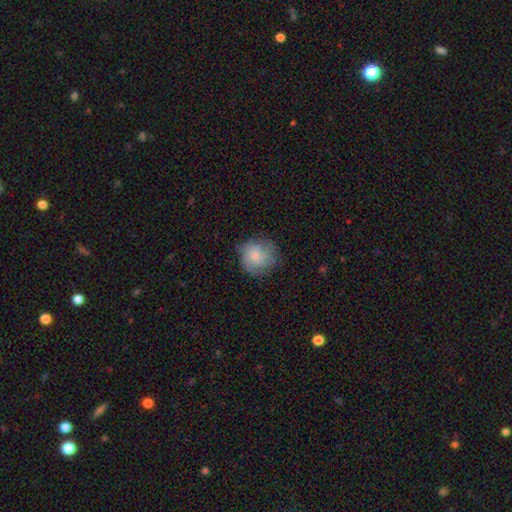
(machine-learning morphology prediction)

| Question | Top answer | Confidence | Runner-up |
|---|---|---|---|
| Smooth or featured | smooth | 59% | featured or disk (33%) |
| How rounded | round | 87% | in between (12%) |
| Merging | none | 74% | minor disturbance (18%) |